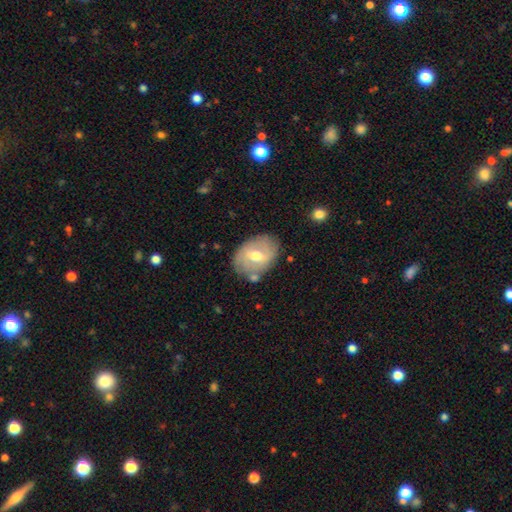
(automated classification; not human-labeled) This appears to be a featured or disk galaxy (54%) with a weak bar (56%), spiral arms (55%) and a moderate central bulge (73%). Merging: none (73%).